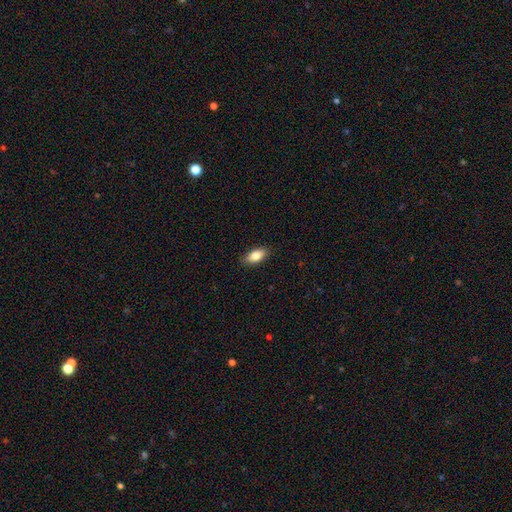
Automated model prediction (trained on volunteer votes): Smooth or featured? smooth (83%)
How rounded? in between (89%)
Merging? none (88%)